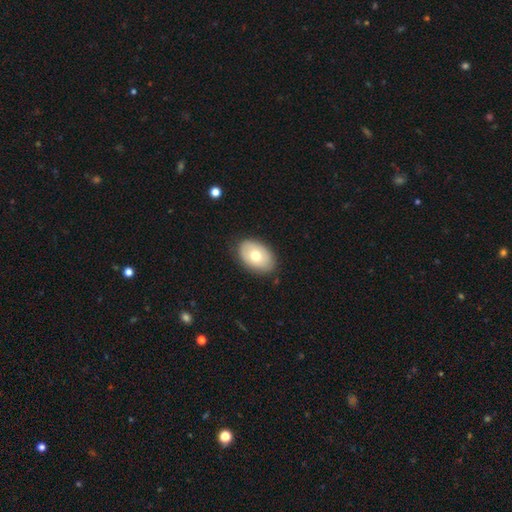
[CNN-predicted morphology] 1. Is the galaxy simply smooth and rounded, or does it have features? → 70% smooth, 24% featured or disk, 6% star or artifact.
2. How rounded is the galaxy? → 88% in between, 11% round, 1% cigar-shaped.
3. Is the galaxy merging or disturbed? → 85% none, 11% minor disturbance, 2% major disturbance, 1% merger.